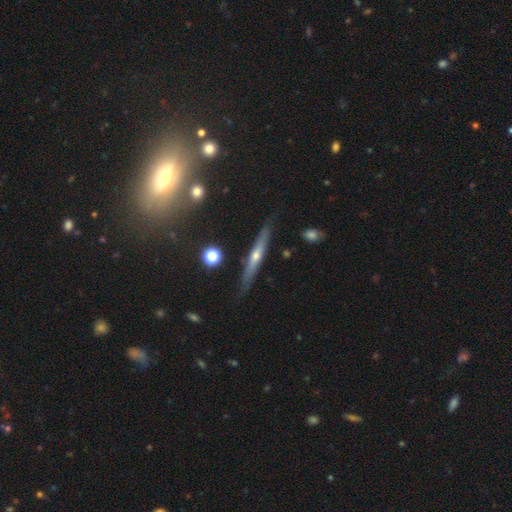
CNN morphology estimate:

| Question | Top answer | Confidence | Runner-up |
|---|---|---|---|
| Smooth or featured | featured or disk | 70% | smooth (22%) |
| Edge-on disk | yes | 95% | no (5%) |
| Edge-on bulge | rounded | 79% | none (16%) |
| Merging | none | 85% | minor disturbance (11%) |